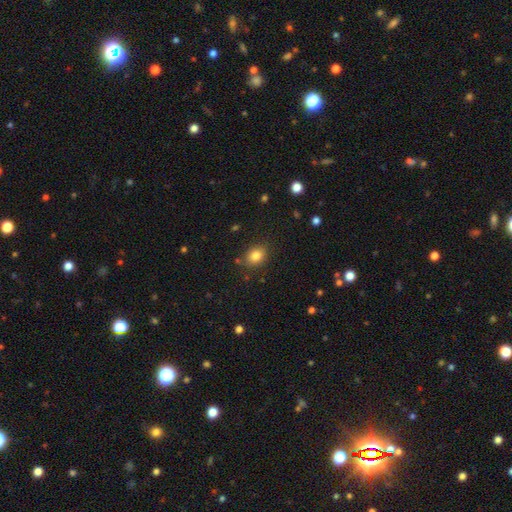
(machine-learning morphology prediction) smooth-or-featured: smooth: 82% | star or artifact: 11% | featured or disk: 7%
  how-rounded: in between: 53% | round: 46% | cigar-shaped: 1%
  merging: none: 83% | minor disturbance: 11% | major disturbance: 3% | merger: 2%